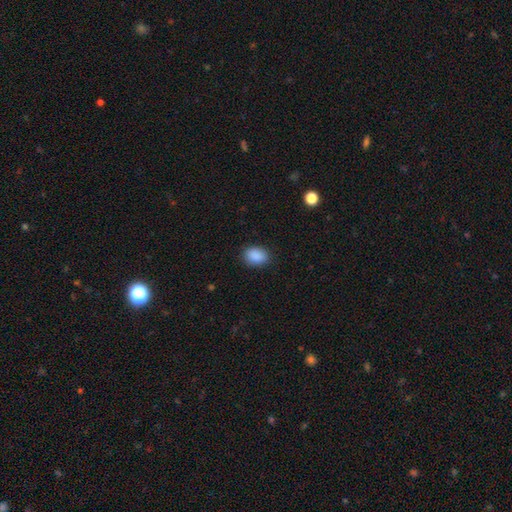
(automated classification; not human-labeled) smooth 90%, star or artifact 8%, featured or disk 3%. Down the decision tree: how rounded — in between (70%); merging — none (86%).